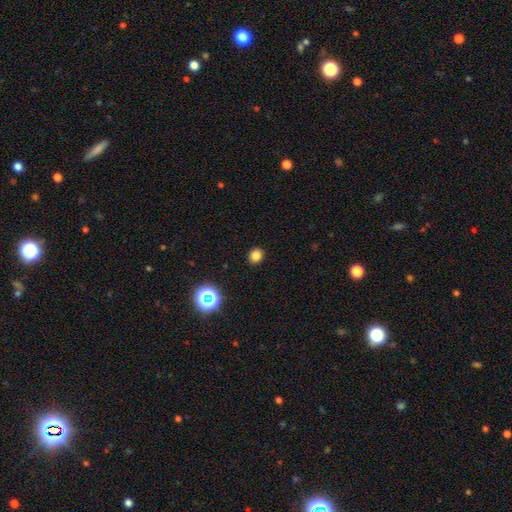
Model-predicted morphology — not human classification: Smooth or featured: smooth — 79% (star or artifact — 15%)
How rounded: round — 77% (in between — 22%)
Merging: none — 92% (minor disturbance — 5%)